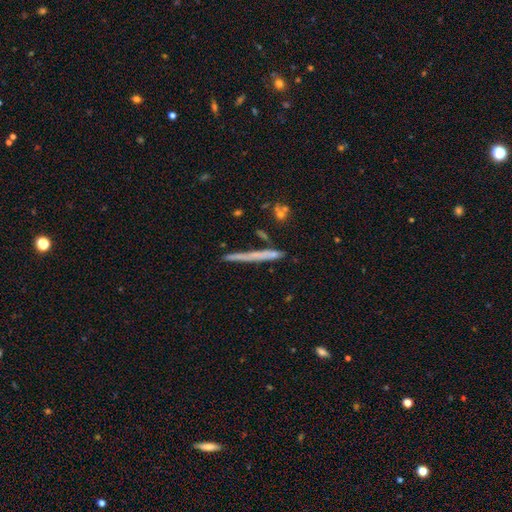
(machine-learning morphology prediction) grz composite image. It shows a smooth galaxy with no disk features (50%) that is cigar-shaped (96%). Merging: none (86%).